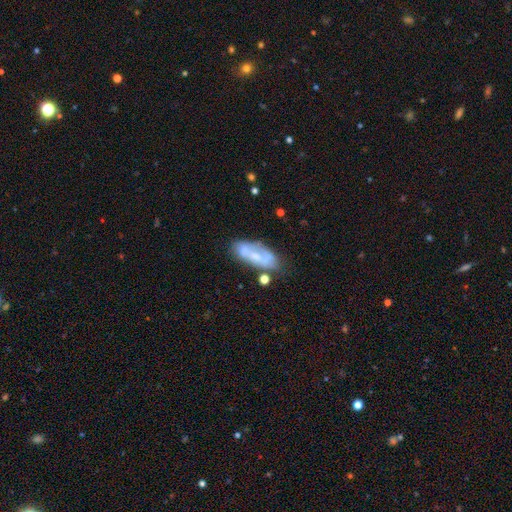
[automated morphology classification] Smooth or featured? featured or disk (56%)
Edge-on disk? no (89%)
Merging? none (56%)